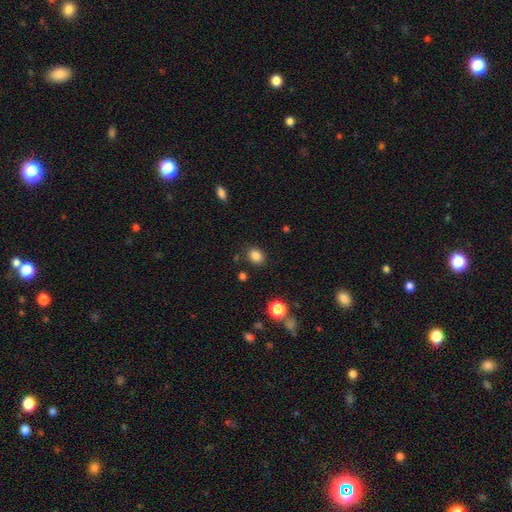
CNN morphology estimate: smooth_or_featured: smooth (p=0.84) [alt: star or artifact p=0.12]
how_rounded: in between (p=0.53) [alt: round p=0.46]
merging: none (p=0.86) [alt: minor disturbance p=0.09]